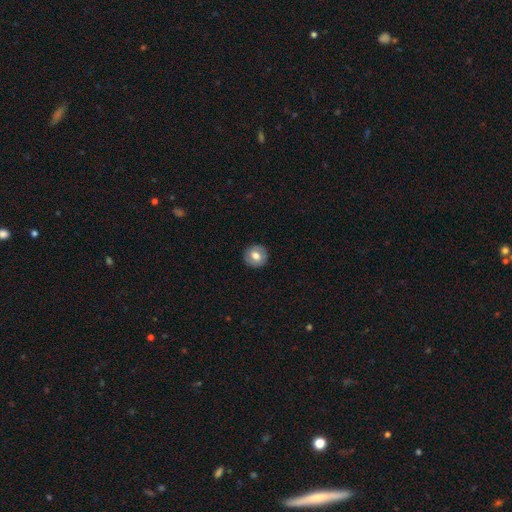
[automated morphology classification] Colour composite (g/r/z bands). It shows a smooth galaxy with no disk features (67%) that is round (92%). Merging: none (91%).